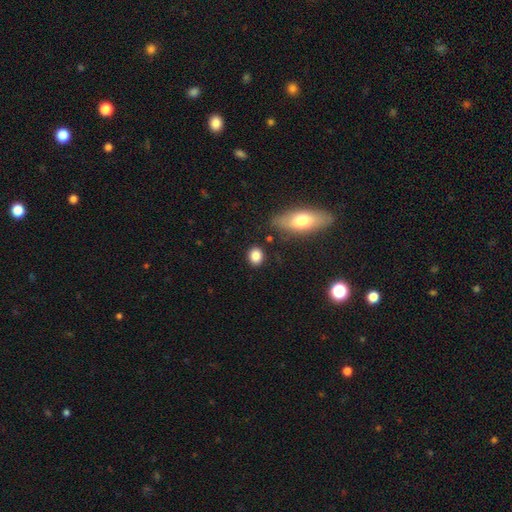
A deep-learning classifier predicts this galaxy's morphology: smooth-or-featured: smooth: 85% | star or artifact: 9% | featured or disk: 6%
  how-rounded: round: 56% | in between: 41% | cigar-shaped: 2%
  merging: none: 82% | minor disturbance: 10% | merger: 4% | major disturbance: 3%